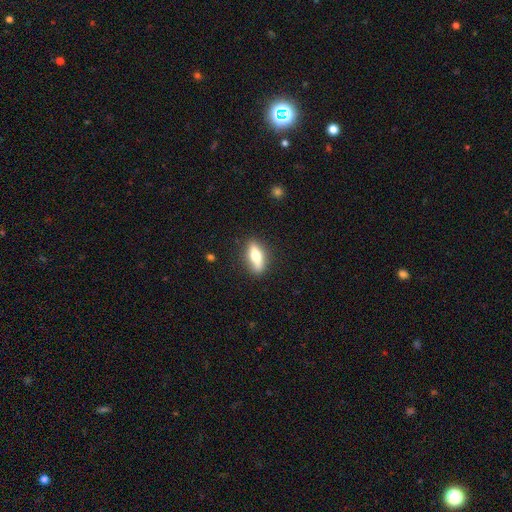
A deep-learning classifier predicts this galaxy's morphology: Overall: smooth (55%; featured or disk 39%). How rounded: in between (59%; cigar-shaped 37%). Merging: none (85%).